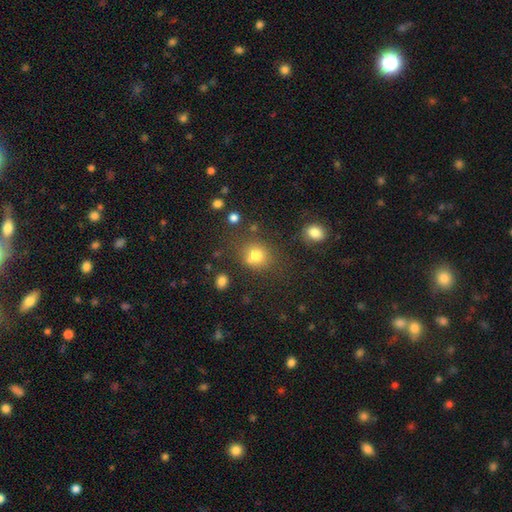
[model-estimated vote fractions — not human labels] Smooth or featured? smooth (75%)
How rounded? round (76%)
Merging? none (64%)